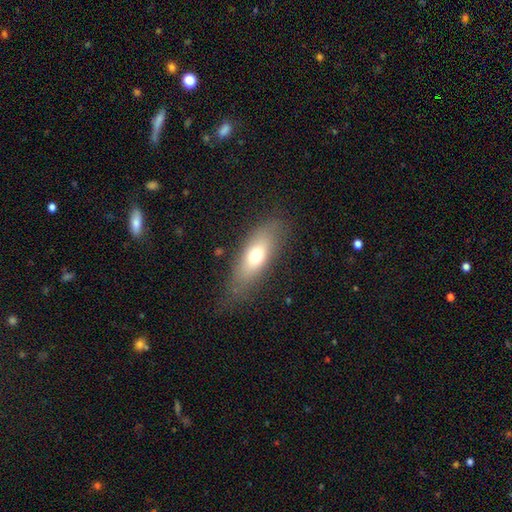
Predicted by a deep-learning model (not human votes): Smooth or featured: smooth — 67% (featured or disk — 25%)
How rounded: in between — 67% (cigar-shaped — 29%)
Merging: none — 73% (minor disturbance — 18%)